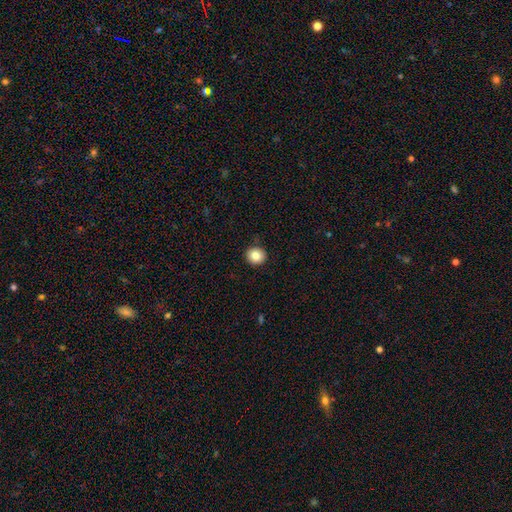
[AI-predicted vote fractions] smooth_or_featured: smooth (p=0.83) [alt: star or artifact p=0.10]
how_rounded: round (p=0.86) [alt: in between p=0.14]
merging: none (p=0.90) [alt: minor disturbance p=0.07]